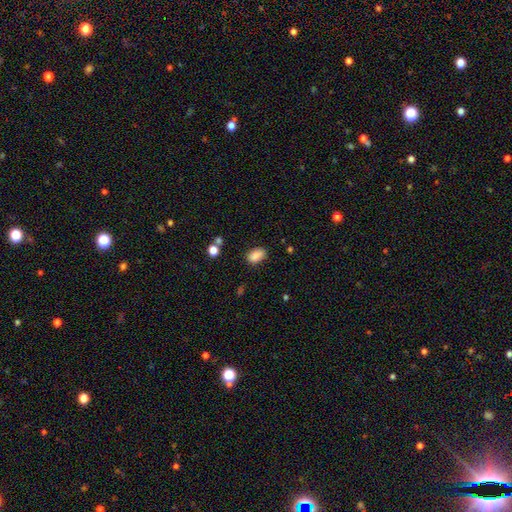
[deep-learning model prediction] Morphology: type=smooth (87%); roundness=in between (88%); merging=none (81%).